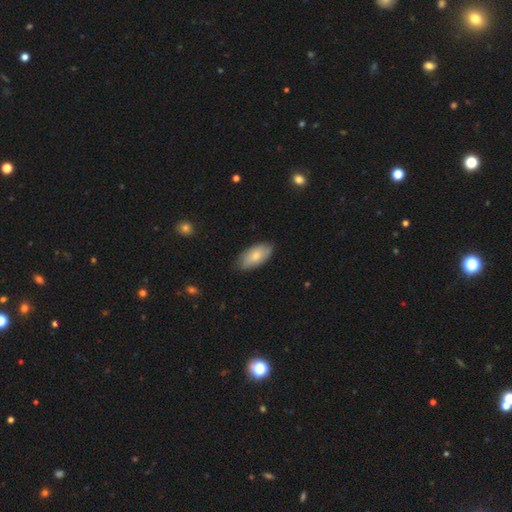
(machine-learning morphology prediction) smooth 71%, featured or disk 23%, star or artifact 6%. Down the decision tree: how rounded — in between (93%); merging — none (78%).